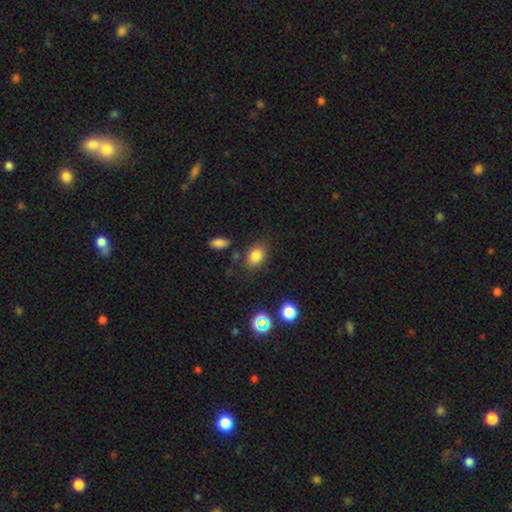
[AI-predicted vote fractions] The model was most divided on "how rounded": in between: 70%, round: 28%, cigar-shaped: 1%. More confident: smooth or featured — smooth (82%); merging — none (78%).